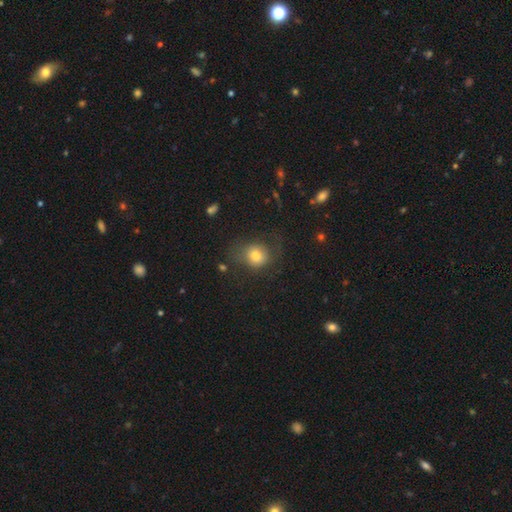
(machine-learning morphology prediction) smooth-or-featured: smooth: 76% | featured or disk: 13% | star or artifact: 11%
  how-rounded: round: 70% | in between: 29% | cigar-shaped: 1%
  merging: none: 59% | minor disturbance: 21% | major disturbance: 18% | merger: 2%